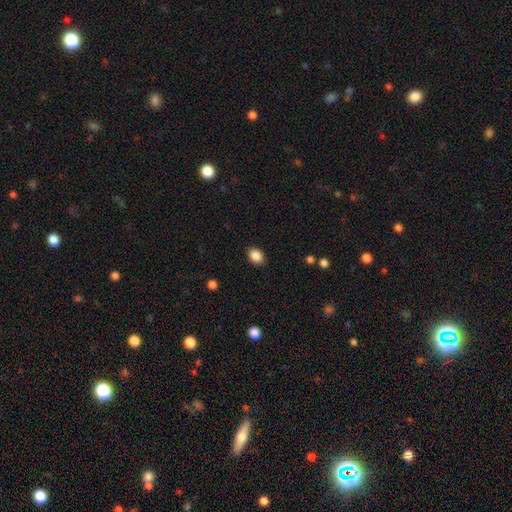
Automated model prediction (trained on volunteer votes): smooth 88%, star or artifact 8%, featured or disk 4%. Down the decision tree: how rounded — in between (71%); merging — none (89%).